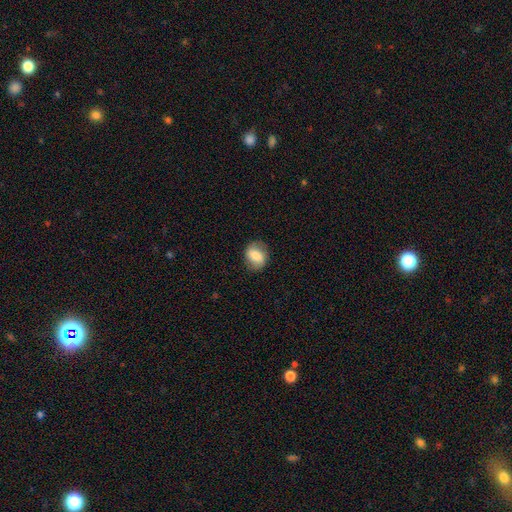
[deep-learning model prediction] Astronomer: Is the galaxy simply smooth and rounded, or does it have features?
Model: smooth — 70%.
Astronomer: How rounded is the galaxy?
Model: in between — 51% (runner-up: round, 47%).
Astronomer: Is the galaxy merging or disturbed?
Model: none — 81%.